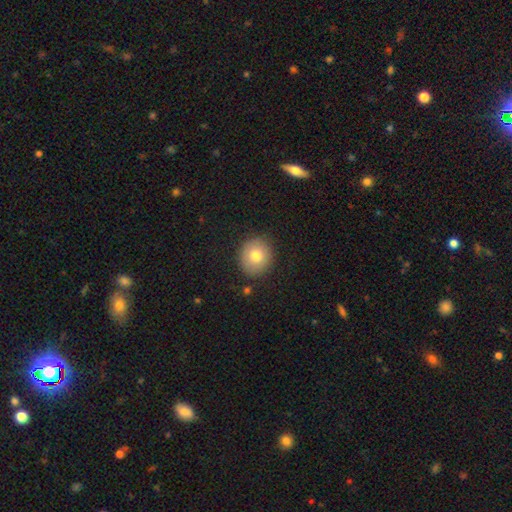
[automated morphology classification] This is likely a smooth galaxy (76%). How rounded: clearly round (81%). Merging: clearly none (87%).